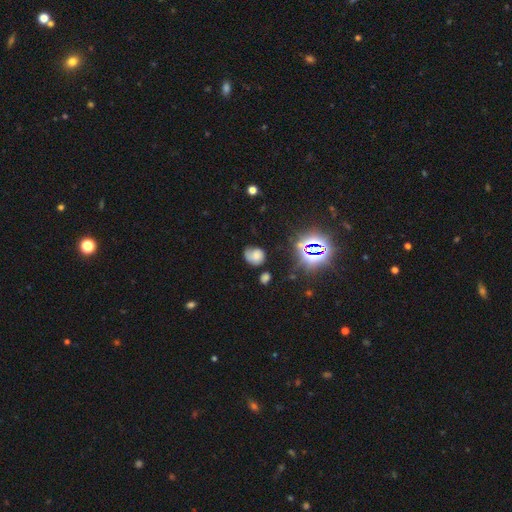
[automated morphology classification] Q: Smooth or featured?
A: smooth (60%); runner-up: featured or disk (20%)
Q: How rounded?
A: round (60%); runner-up: in between (38%)
Q: Merging?
A: none (45%); runner-up: minor disturbance (34%)